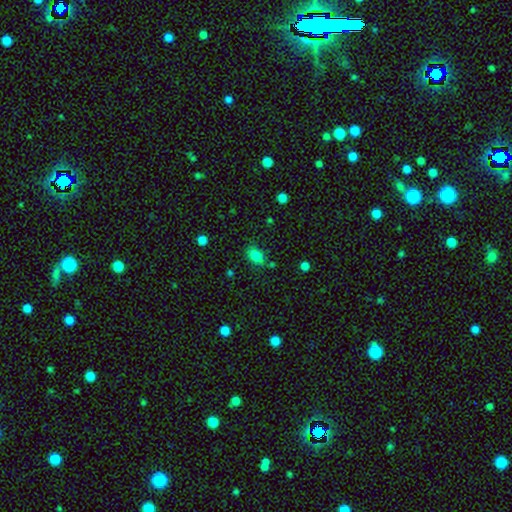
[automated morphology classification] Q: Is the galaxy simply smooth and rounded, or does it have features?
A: smooth — 84%.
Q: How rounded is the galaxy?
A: in between — 83%.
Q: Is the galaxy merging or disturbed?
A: none — 76%.